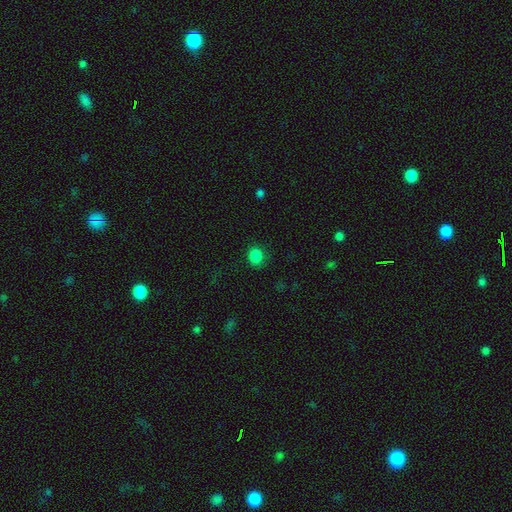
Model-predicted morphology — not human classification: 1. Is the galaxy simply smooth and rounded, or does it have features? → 84% smooth, 13% star or artifact, 3% featured or disk.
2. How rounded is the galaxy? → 72% round, 27% in between, 1% cigar-shaped.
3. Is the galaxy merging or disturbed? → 86% none, 10% minor disturbance, 3% major disturbance, 1% merger.